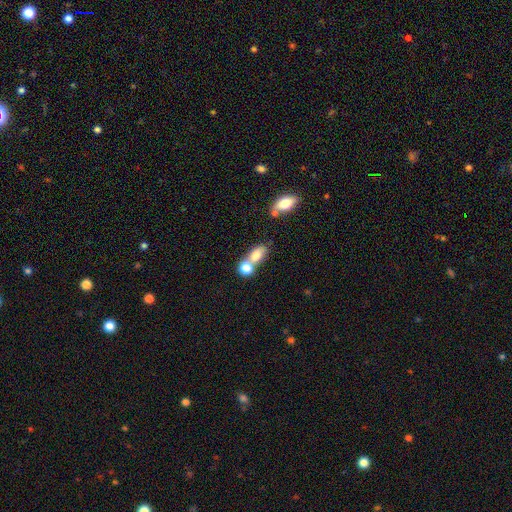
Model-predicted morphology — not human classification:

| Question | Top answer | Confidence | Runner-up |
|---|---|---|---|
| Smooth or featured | smooth | 78% | featured or disk (13%) |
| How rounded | in between | 71% | round (24%) |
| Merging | merger | 60% | none (26%) |